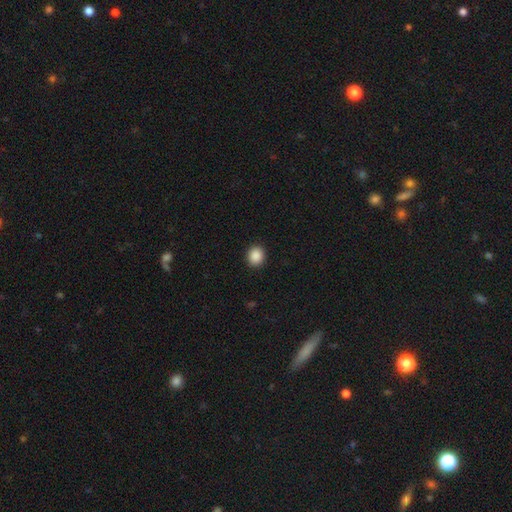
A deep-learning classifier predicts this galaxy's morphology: The model was most divided on "how rounded": round: 77%, in between: 22%, cigar-shaped: 1%. More confident: merging — none (91%); smooth or featured — smooth (89%).